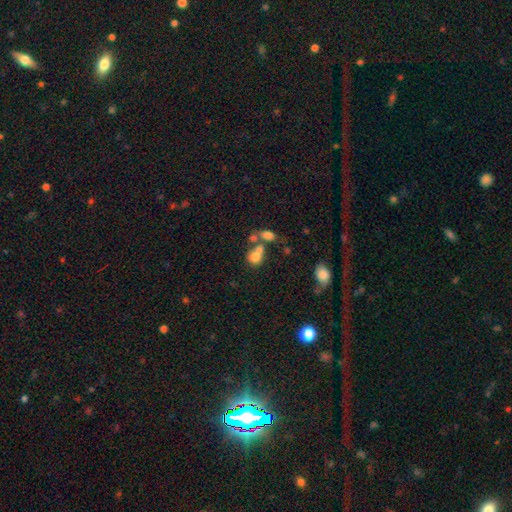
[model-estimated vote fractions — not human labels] This is likely a smooth galaxy (72%). How rounded: likely round (63%). Merging: possibly merger (50%).